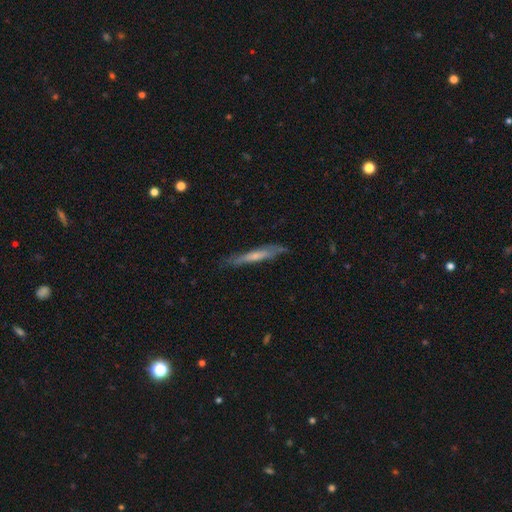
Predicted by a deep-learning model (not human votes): Smooth or featured? smooth (47%)
Merging? none (76%)